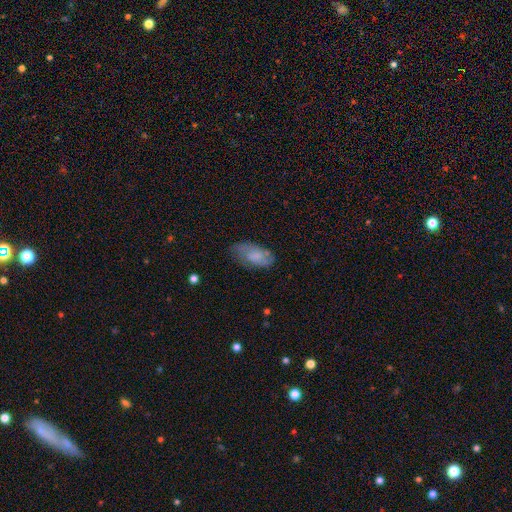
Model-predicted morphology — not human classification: This is possibly a smooth galaxy (59%). How rounded: clearly in between (92%). Merging: likely none (62%).